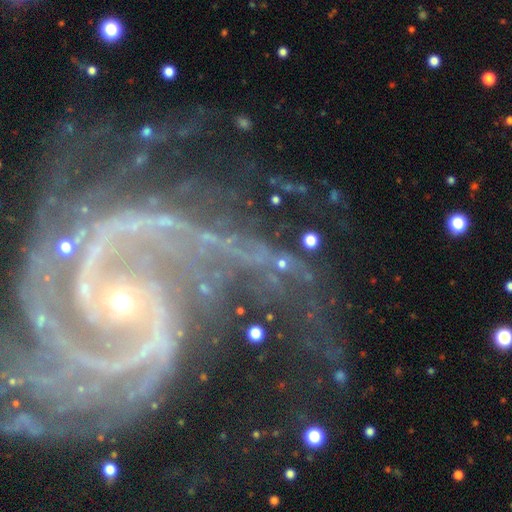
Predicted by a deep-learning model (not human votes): Smooth or featured? featured or disk (92%)
Edge-on disk? no (98%)
Bar? no (54%)
Spiral arms? yes (99%)
Spiral winding? medium (49%)
Spiral arm count? 2 (52%)
Bulge size? small (83%)
Merging? none (56%)